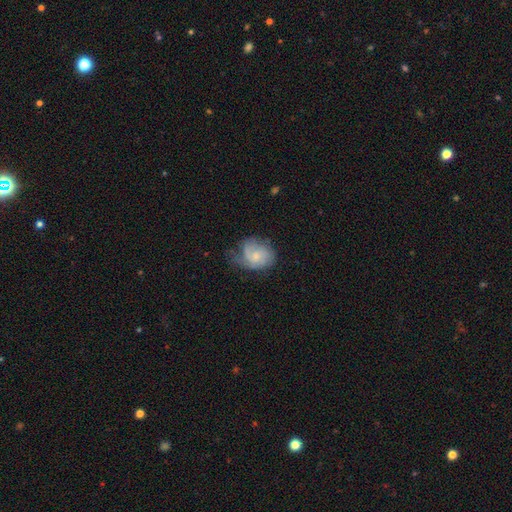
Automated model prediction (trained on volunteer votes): Q: Smooth or featured?
A: featured or disk (55%); runner-up: smooth (38%)
Q: Edge-on disk?
A: no (98%); runner-up: yes (2%)
Q: Bar?
A: no (76%); runner-up: weak (22%)
Q: Spiral arms?
A: yes (83%); runner-up: no (17%)
Q: Bulge size?
A: small (61%); runner-up: moderate (30%)
Q: Merging?
A: none (45%); runner-up: minor disturbance (33%)